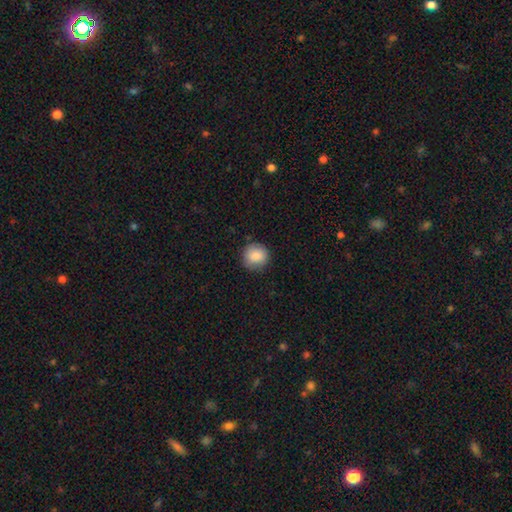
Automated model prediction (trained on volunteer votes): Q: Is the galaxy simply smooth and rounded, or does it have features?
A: smooth — 84%.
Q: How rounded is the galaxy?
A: round — 93%.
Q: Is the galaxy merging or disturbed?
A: none — 87%.